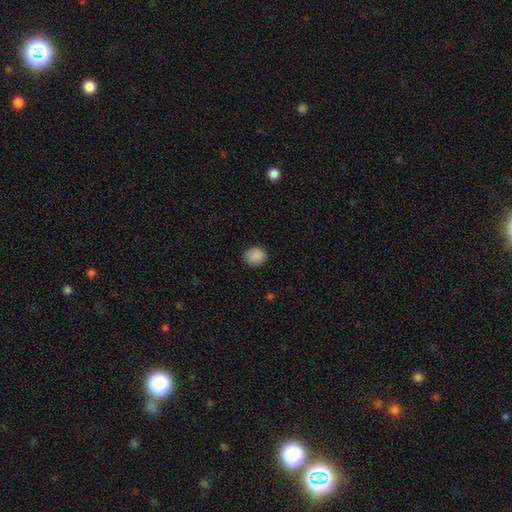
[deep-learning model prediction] Smooth or featured? Predicted: smooth (p=0.89). How rounded? Predicted: round (p=0.72). Merging? Predicted: none (p=0.88).